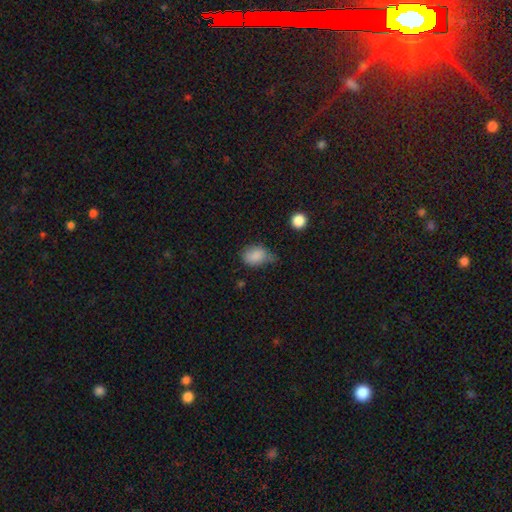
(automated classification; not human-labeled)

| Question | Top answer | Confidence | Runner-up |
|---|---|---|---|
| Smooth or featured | smooth | 85% | star or artifact (9%) |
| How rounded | in between | 69% | round (30%) |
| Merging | minor disturbance | 42% | none (41%) |